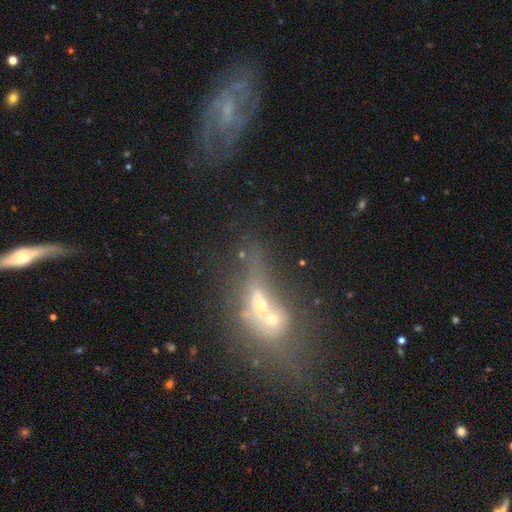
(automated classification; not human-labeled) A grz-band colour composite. It shows a featured or disk galaxy (44%). Merging: merger (62%).